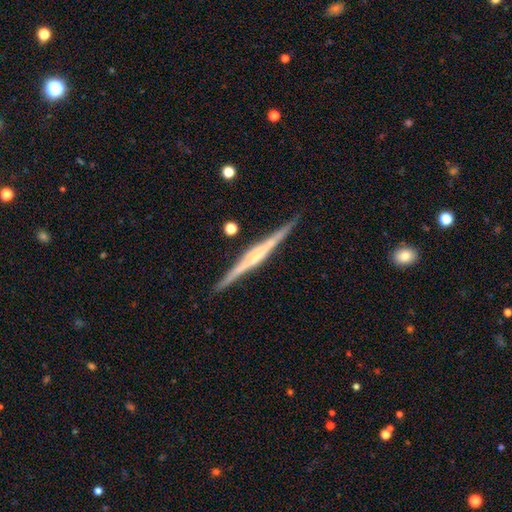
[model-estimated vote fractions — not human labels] This is clearly a featured or disk galaxy (82%). It is clearly viewed edge-on (99%). Edge-on bulge: possibly rounded (52%). Merging: clearly none (90%).